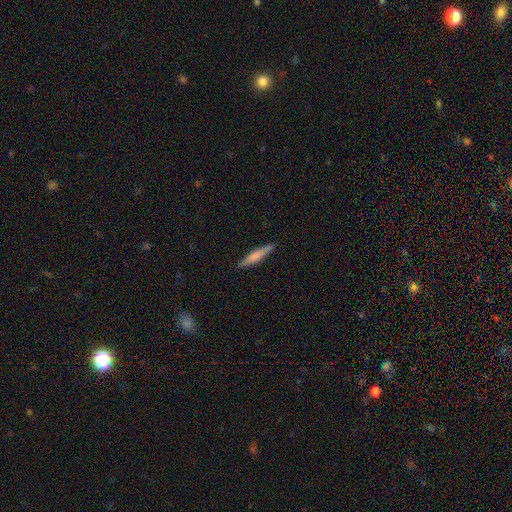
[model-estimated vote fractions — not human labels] This is likely a smooth galaxy (60%). How rounded: clearly cigar-shaped (92%). Merging: clearly none (90%).